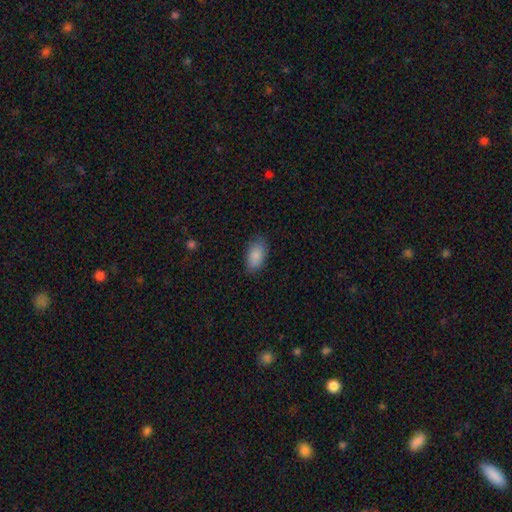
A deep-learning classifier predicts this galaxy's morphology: Overall: smooth (87%). How rounded: in between (92%). Merging: none (82%).